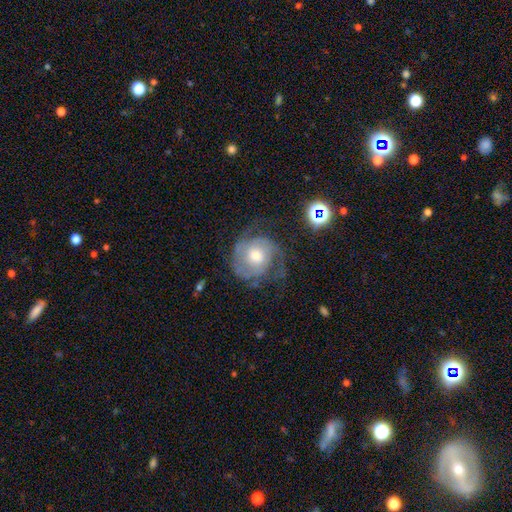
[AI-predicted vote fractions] featured or disk 73%, smooth 19%, star or artifact 8%. Down the decision tree: edge-on disk — no (97%); bar — no (75%); spiral arms — yes (87%); spiral arm count — 2 (48%); spiral winding — tight (47%); bulge size — moderate (66%); merging — none (55%).